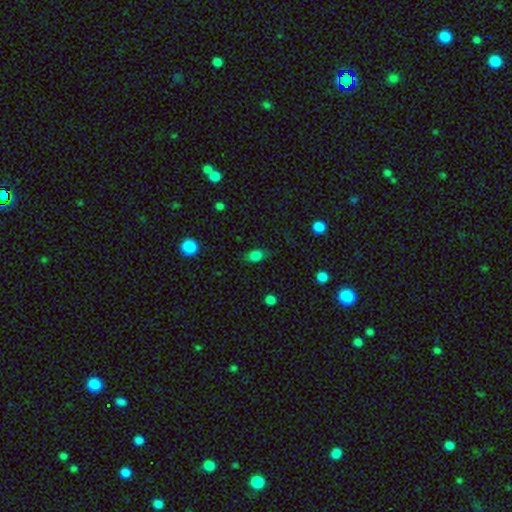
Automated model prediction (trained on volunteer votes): smooth-or-featured: smooth: 83% | star or artifact: 11% | featured or disk: 6%
  how-rounded: in between: 79% | round: 19% | cigar-shaped: 2%
  merging: none: 77% | minor disturbance: 16% | major disturbance: 5% | merger: 1%